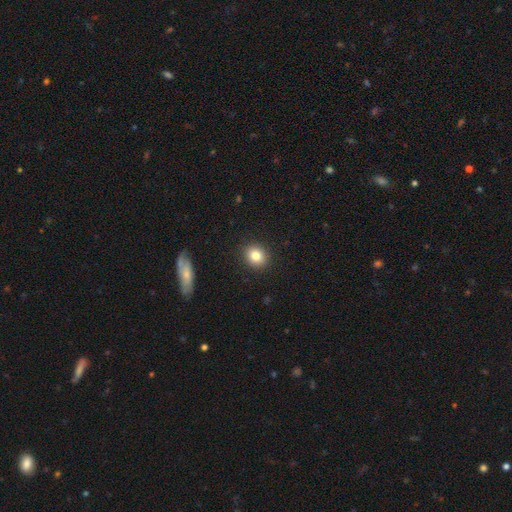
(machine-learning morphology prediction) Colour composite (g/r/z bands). It shows a smooth galaxy with no disk features (82%) that is round (73%). Merging: none (90%).